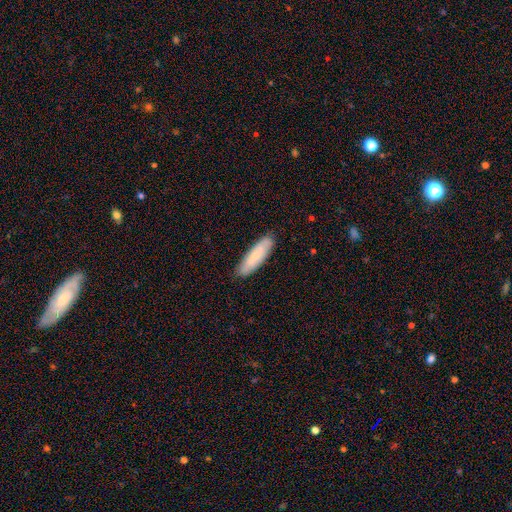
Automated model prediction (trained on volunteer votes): Smooth or featured? smooth (73%)
How rounded? cigar-shaped (63%)
Merging? none (85%)